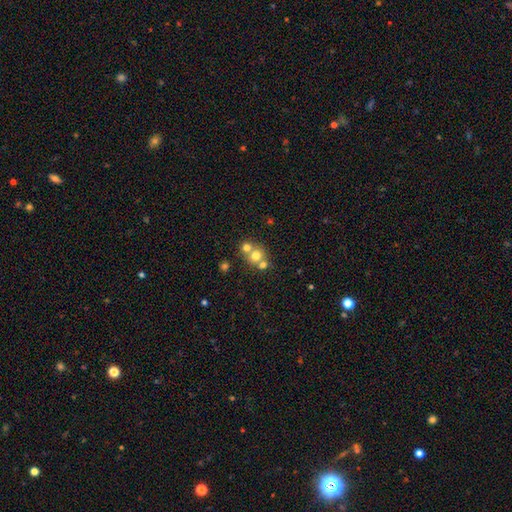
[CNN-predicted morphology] Smooth or featured? Predicted: smooth (p=0.67). How rounded? Predicted: round (p=0.84). Merging? Predicted: merger (p=0.47).